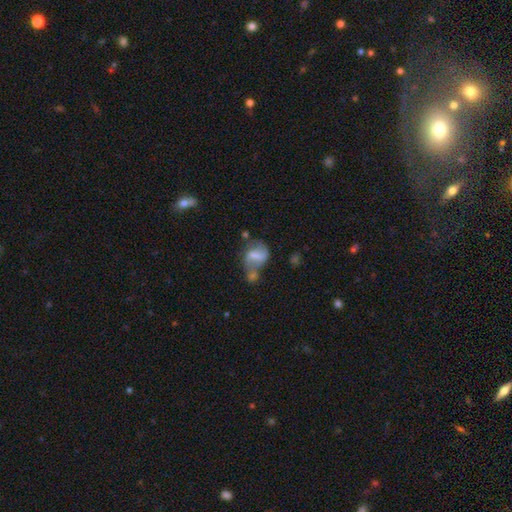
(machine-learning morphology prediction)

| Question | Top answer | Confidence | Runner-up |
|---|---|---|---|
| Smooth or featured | featured or disk | 54% | smooth (36%) |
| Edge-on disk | no | 96% | yes (4%) |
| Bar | weak | 45% | strong (33%) |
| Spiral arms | yes | 72% | no (28%) |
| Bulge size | small | 34% | moderate (29%) |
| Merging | merger | 34% | none (32%) |